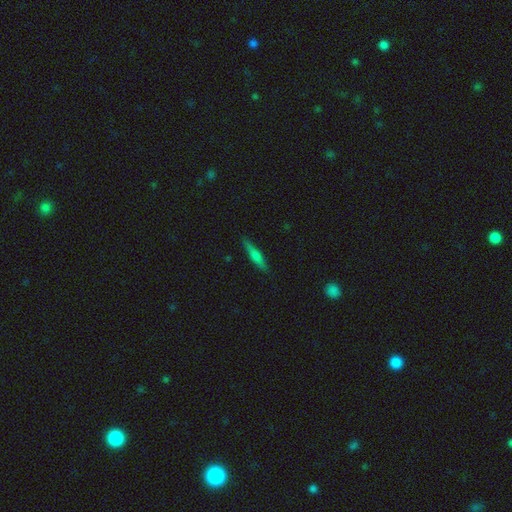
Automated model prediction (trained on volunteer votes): smooth-or-featured: smooth: 54% | featured or disk: 39% | star or artifact: 7%
  how-rounded: cigar-shaped: 87% | in between: 11% | round: 2%
  merging: none: 87% | minor disturbance: 10% | major disturbance: 2% | merger: 1%